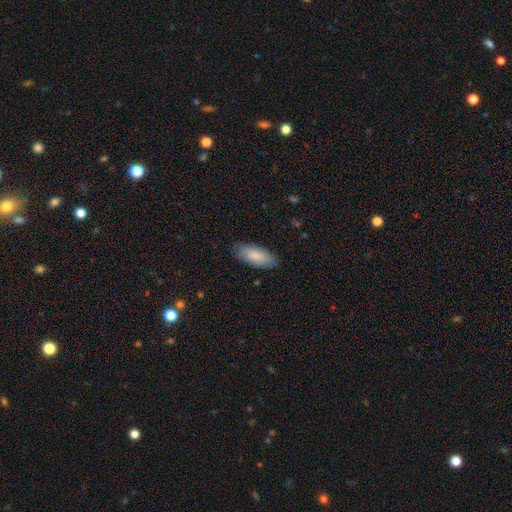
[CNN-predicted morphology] A smooth galaxy with no disk features (84%) that is in between round and cigar-shaped (85%). Merging: none (84%).